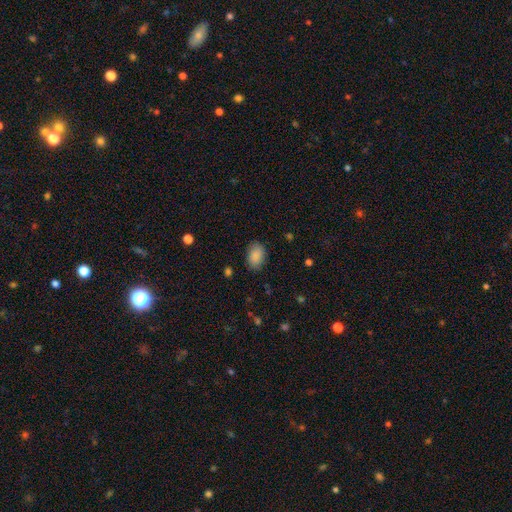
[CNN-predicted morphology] This appears to be a smooth galaxy with no disk features (89%) that is in between round and cigar-shaped (85%). Merging: none (83%).